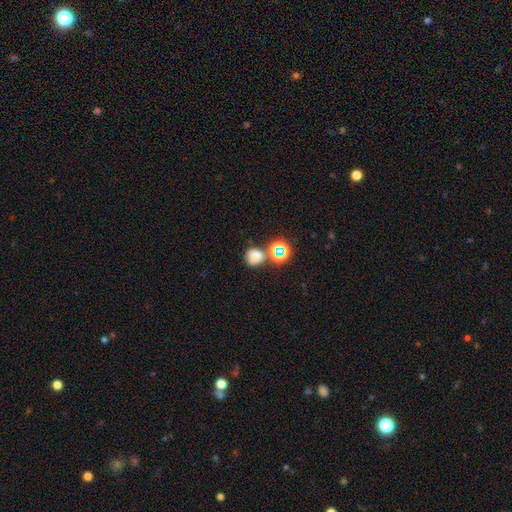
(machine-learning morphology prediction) Overall: smooth (71%). How rounded: round (74%). Merging: none (57%; merger 22%).